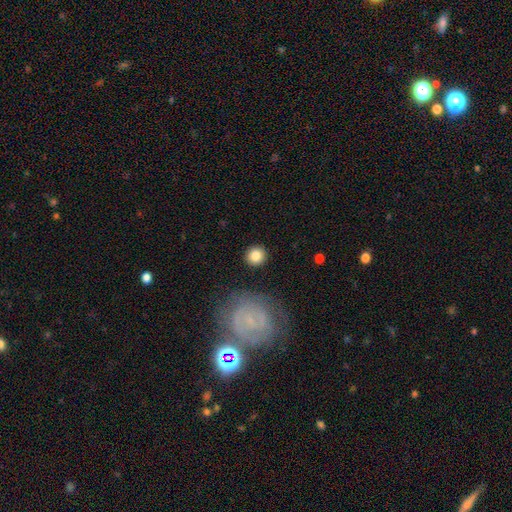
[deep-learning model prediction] This is clearly a smooth galaxy (84%). How rounded: clearly round (93%). Merging: clearly none (89%).